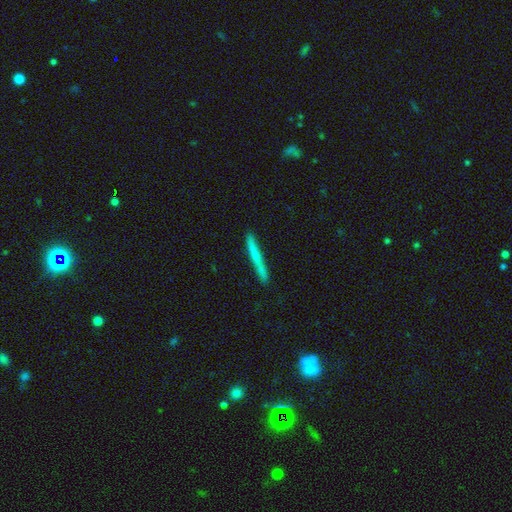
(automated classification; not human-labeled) Overall: smooth (58%; featured or disk 35%). How rounded: cigar-shaped (96%). Merging: none (88%).